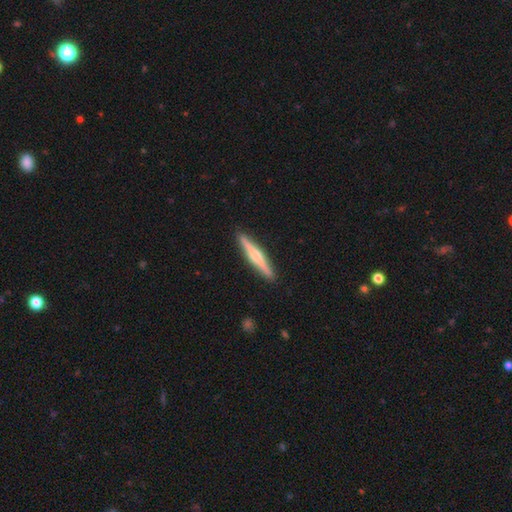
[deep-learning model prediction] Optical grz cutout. It shows a featured or disk galaxy (63%) viewed edge-on (98%) with a rounded central bulge (82%). Merging: none (92%).